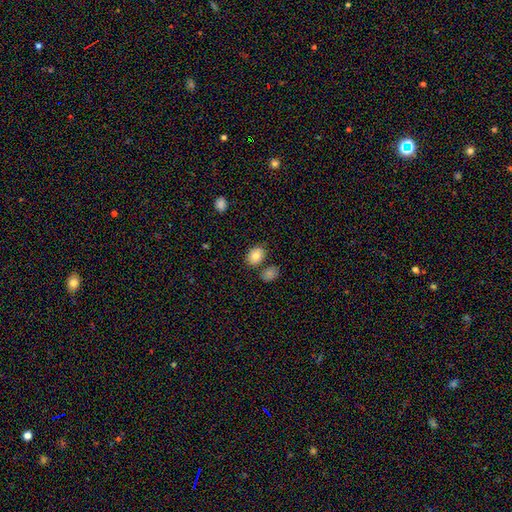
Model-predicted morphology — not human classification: type=smooth (82%); roundness=in between (67%); merging=none (73%).